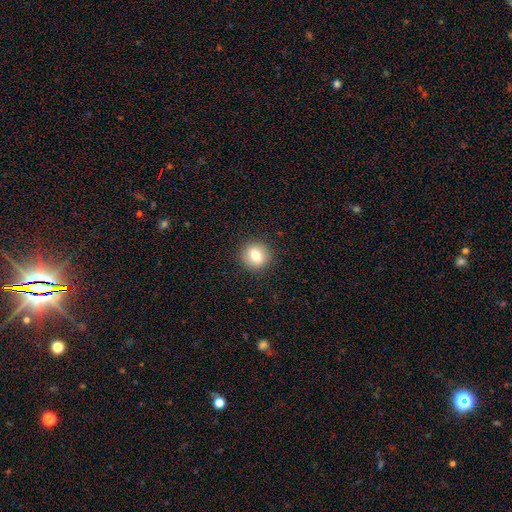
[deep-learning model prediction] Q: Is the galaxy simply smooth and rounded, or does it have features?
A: smooth — 77%.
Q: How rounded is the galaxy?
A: round — 85%.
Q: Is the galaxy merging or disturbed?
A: none — 90%.